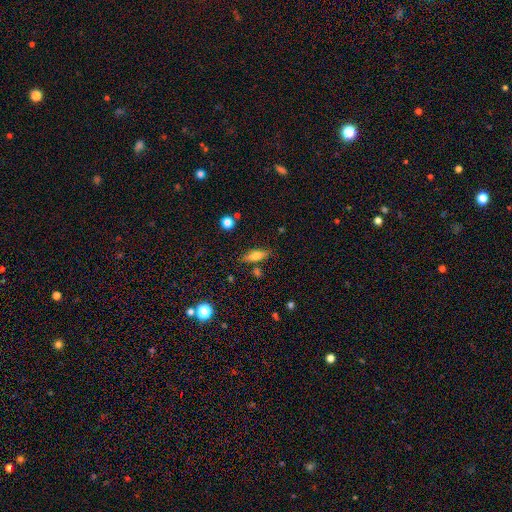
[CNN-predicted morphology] Smooth or featured: smooth — 67% (featured or disk — 24%)
How rounded: in between — 55% (cigar-shaped — 41%)
Merging: none — 78% (minor disturbance — 14%)